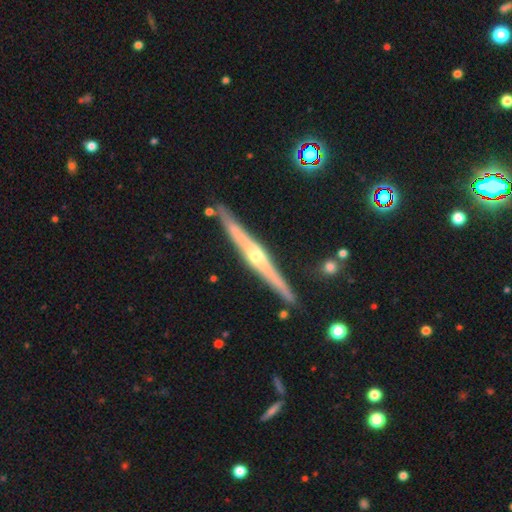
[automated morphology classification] smooth_or_featured: featured or disk (p=0.83) [alt: smooth p=0.11]
disk_edge_on: yes (p=0.98) [alt: no p=0.02]
edge_on_bulge: rounded (p=0.83) [alt: none p=0.11]
merging: none (p=0.88) [alt: minor disturbance p=0.08]